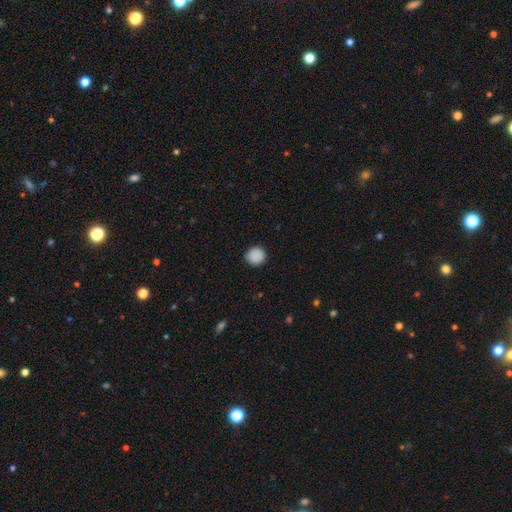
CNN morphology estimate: Smooth or featured: smooth — 89% (star or artifact — 9%)
How rounded: round — 93% (in between — 6%)
Merging: none — 91% (minor disturbance — 6%)